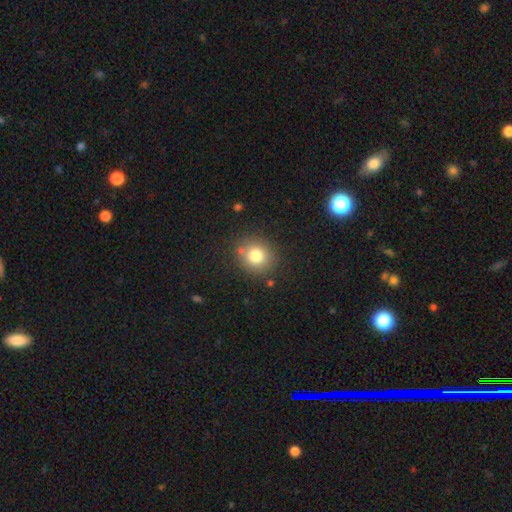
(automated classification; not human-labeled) smooth-or-featured: smooth: 78% | star or artifact: 12% | featured or disk: 10%
  how-rounded: round: 82% | in between: 17% | cigar-shaped: 1%
  merging: none: 82% | minor disturbance: 10% | merger: 4% | major disturbance: 3%